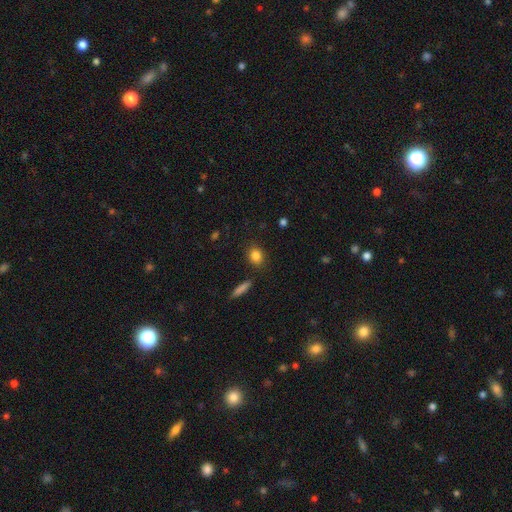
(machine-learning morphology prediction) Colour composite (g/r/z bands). It shows a smooth galaxy with no disk features (85%) that is in between round and cigar-shaped (51%). Merging: none (85%).